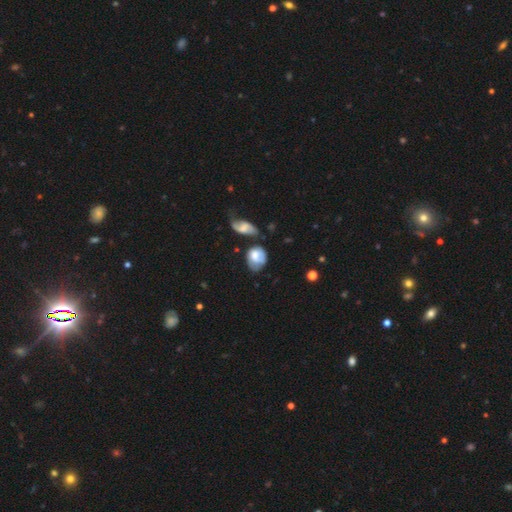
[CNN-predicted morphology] Smooth or featured? Predicted: smooth (p=0.58). How rounded? Predicted: in between (p=0.55). Merging? Predicted: none (p=0.37).